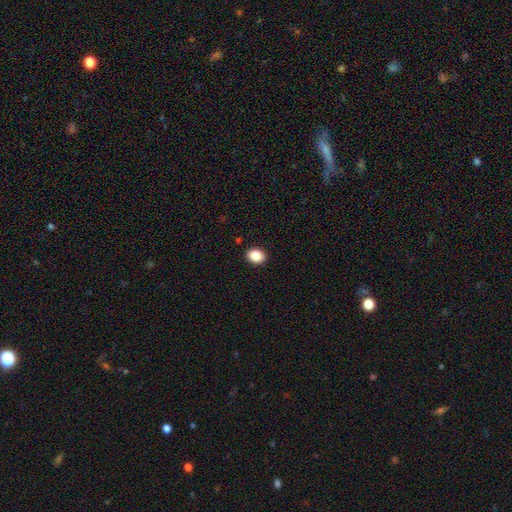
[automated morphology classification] smooth-or-featured: smooth: 87% | star or artifact: 9% | featured or disk: 4%
  how-rounded: in between: 57% | round: 42% | cigar-shaped: 1%
  merging: none: 91% | minor disturbance: 7% | major disturbance: 2% | merger: 1%